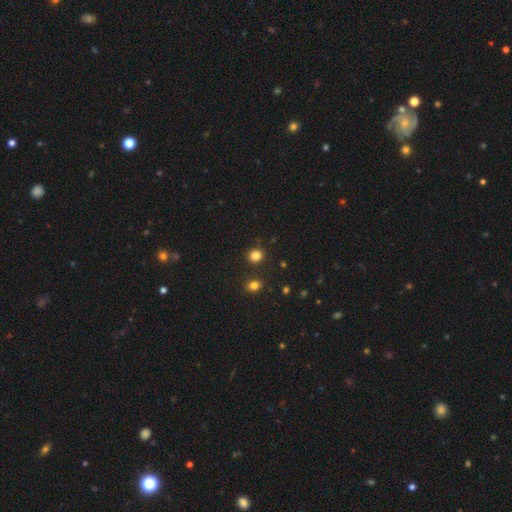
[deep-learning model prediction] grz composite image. It shows a smooth galaxy with no disk features (83%) that is round (86%). Merging: none (88%).